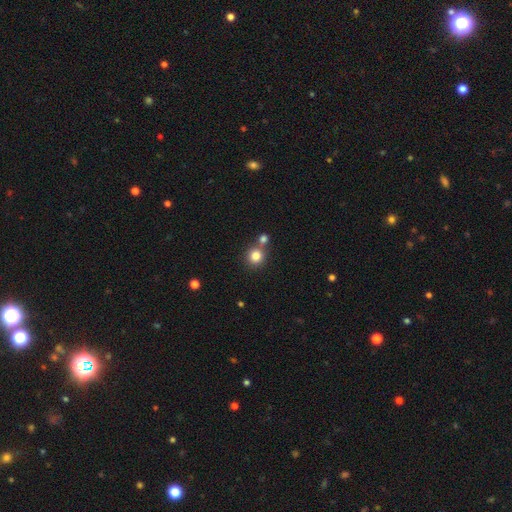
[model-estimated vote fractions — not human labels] Smooth or featured? Predicted: smooth (p=0.82). How rounded? Predicted: round (p=0.91). Merging? Predicted: none (p=0.65).